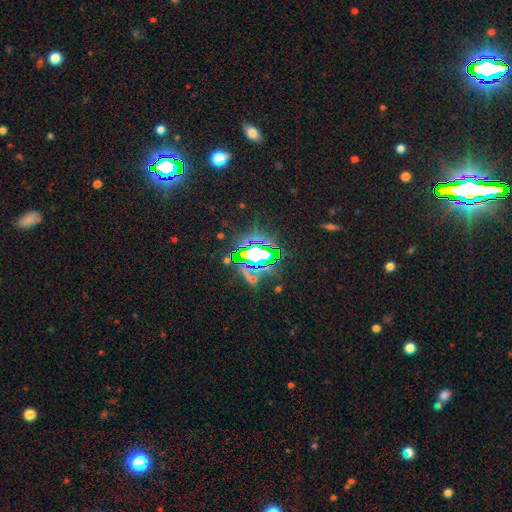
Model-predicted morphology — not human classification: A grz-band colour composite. It shows a star or artifact, not a galaxy (71%).